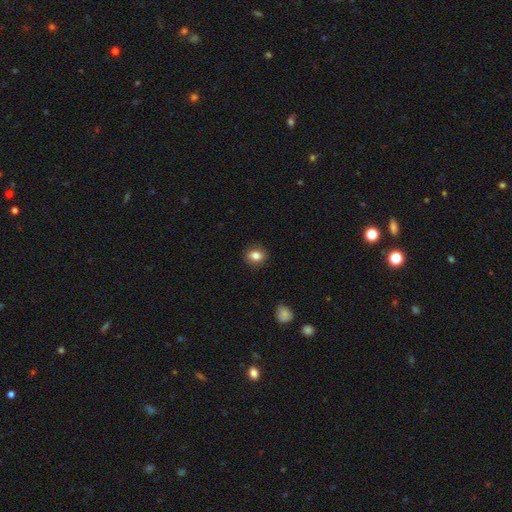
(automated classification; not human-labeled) Morphology: type=smooth (82%); roundness=round (59%); merging=none (88%).